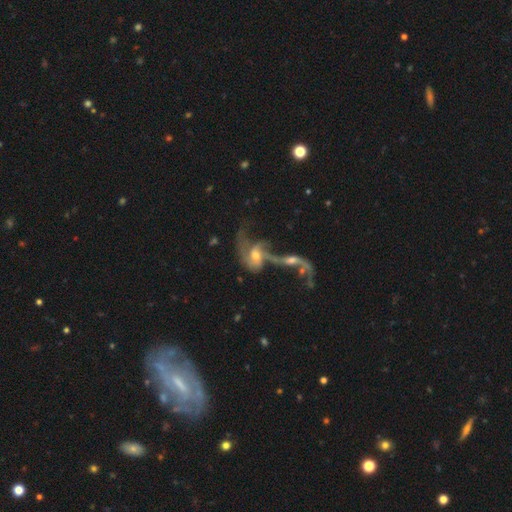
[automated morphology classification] Q: Smooth or featured?
A: featured or disk (72%); runner-up: smooth (16%)
Q: Edge-on disk?
A: no (94%); runner-up: yes (6%)
Q: Bar?
A: no (61%); runner-up: weak (29%)
Q: Spiral arms?
A: yes (74%); runner-up: no (26%)
Q: Bulge size?
A: moderate (50%); runner-up: small (33%)
Q: Merging?
A: merger (70%); runner-up: major disturbance (14%)